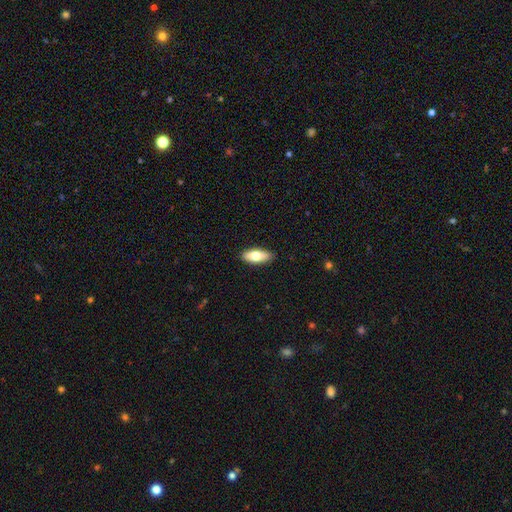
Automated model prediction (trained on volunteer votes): A smooth galaxy with no disk features (71%) that is in between round and cigar-shaped (80%). Merging: none (89%).